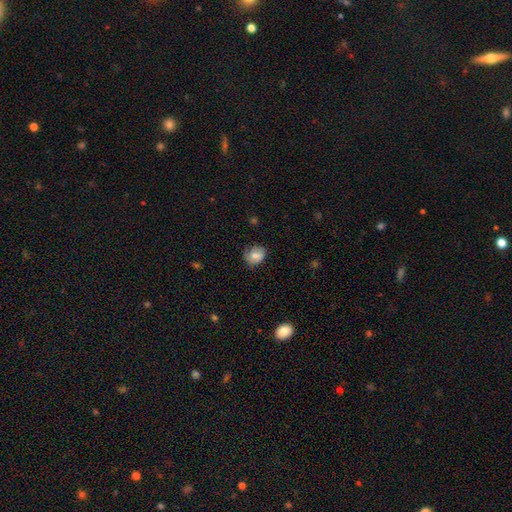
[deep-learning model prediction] Q: Smooth or featured?
A: smooth (70%); runner-up: featured or disk (21%)
Q: How rounded?
A: round (63%); runner-up: in between (36%)
Q: Merging?
A: none (64%); runner-up: minor disturbance (27%)